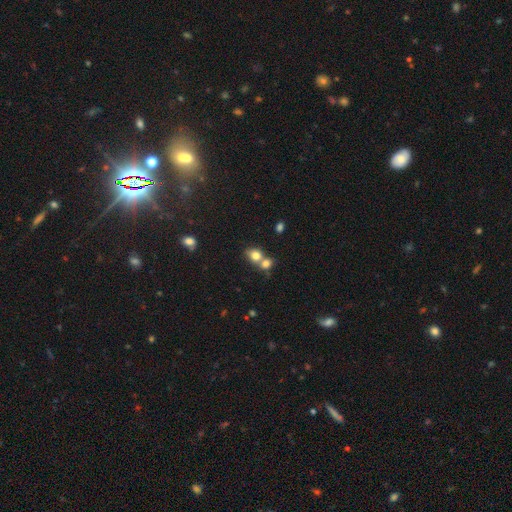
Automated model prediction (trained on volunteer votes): smooth-or-featured: smooth: 77% | featured or disk: 12% | star or artifact: 11%
  how-rounded: round: 60% | in between: 39% | cigar-shaped: 1%
  merging: merger: 59% | none: 31% | minor disturbance: 7% | major disturbance: 3%